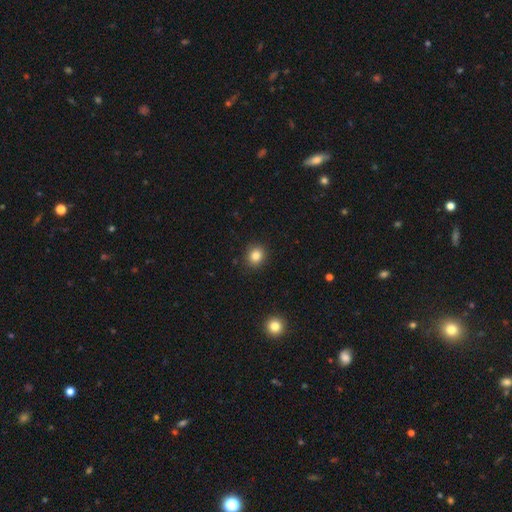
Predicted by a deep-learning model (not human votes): Smooth or featured: smooth — 84% (star or artifact — 11%)
How rounded: round — 76% (in between — 23%)
Merging: none — 90% (minor disturbance — 7%)